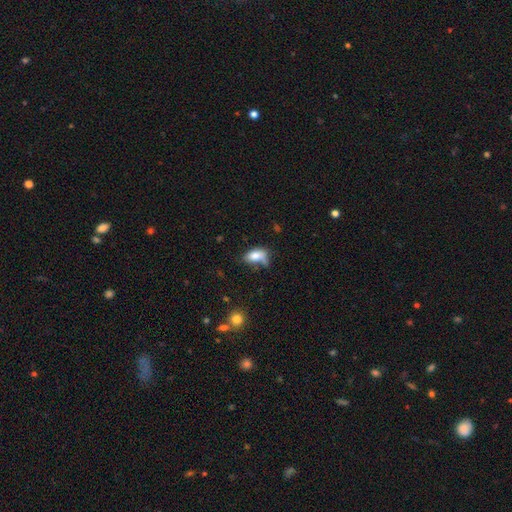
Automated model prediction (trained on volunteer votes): smooth-or-featured: smooth: 79% | featured or disk: 12% | star or artifact: 9%
  how-rounded: in between: 89% | round: 6% | cigar-shaped: 4%
  merging: none: 40% | minor disturbance: 29% | major disturbance: 16% | merger: 15%